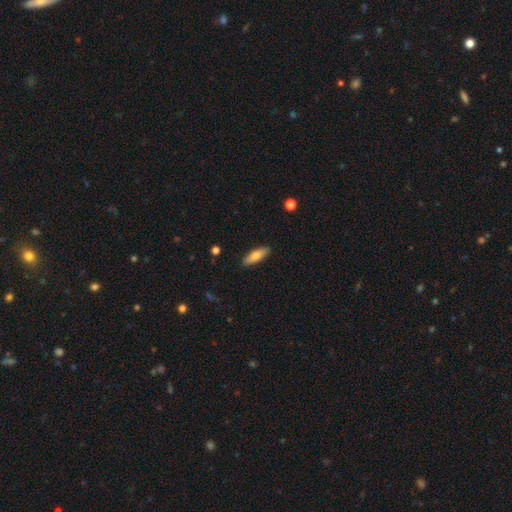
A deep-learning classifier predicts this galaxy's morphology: Smooth or featured: smooth — 73% (featured or disk — 21%)
How rounded: cigar-shaped — 50% (in between — 48%)
Merging: none — 88% (minor disturbance — 9%)